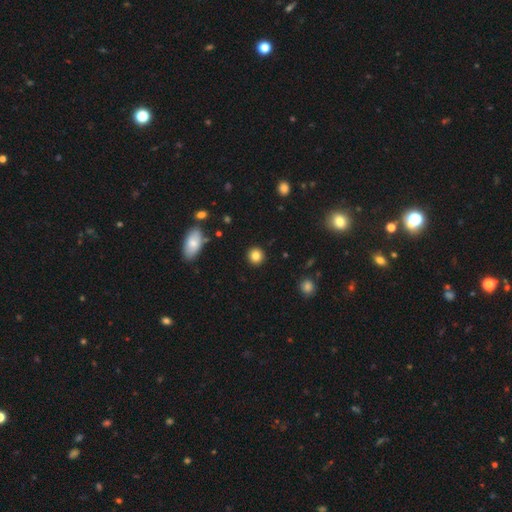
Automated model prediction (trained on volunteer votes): The model was most divided on "smooth or featured": smooth: 84%, star or artifact: 10%, featured or disk: 5%. More confident: merging — none (92%); how rounded — round (91%).